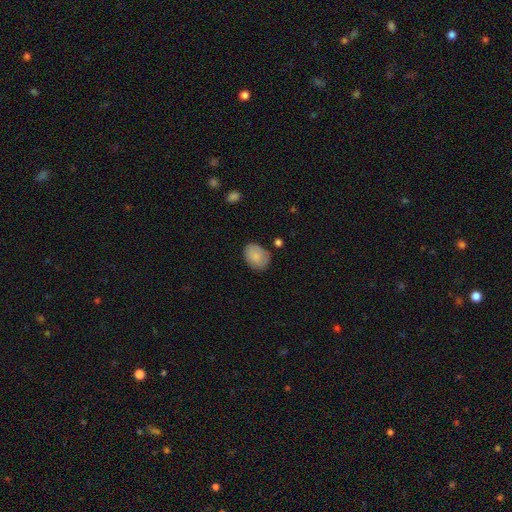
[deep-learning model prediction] A smooth galaxy with no disk features (84%) that is in between round and cigar-shaped (71%).

Vote fractions:
- Smooth or featured? smooth: 84% / featured or disk: 9% / star or artifact: 7%
- How rounded? in between: 71% / round: 28% / cigar-shaped: 1%
- Merging? none: 72% / minor disturbance: 20% / major disturbance: 5% / merger: 3%